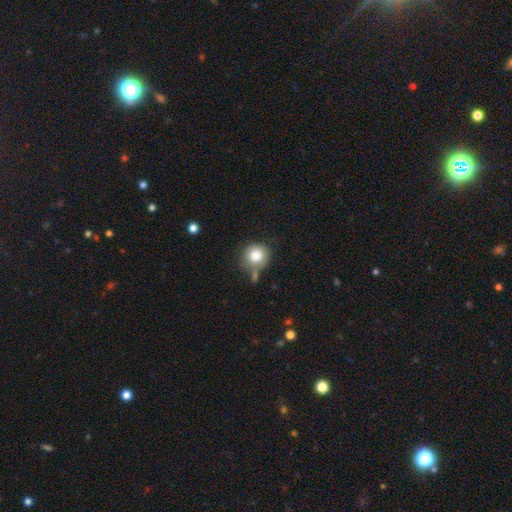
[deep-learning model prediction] A smooth galaxy with no disk features (81%) that is round (91%).

Vote fractions:
- Smooth or featured? smooth: 81% / featured or disk: 10% / star or artifact: 9%
- How rounded? round: 91% / in between: 8% / cigar-shaped: 1%
- Merging? none: 62% / minor disturbance: 17% / merger: 15% / major disturbance: 6%